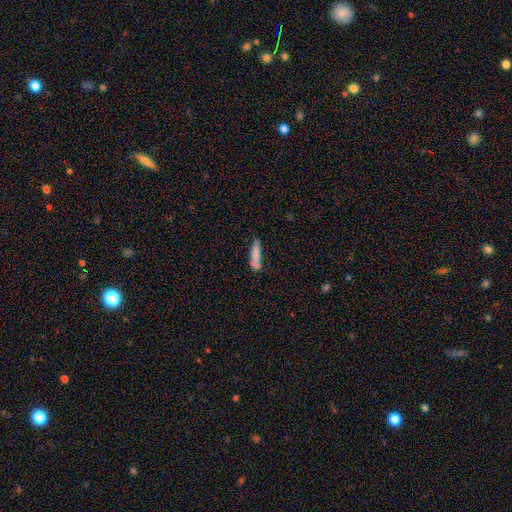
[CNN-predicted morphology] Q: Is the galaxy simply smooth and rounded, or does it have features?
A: smooth — 79%.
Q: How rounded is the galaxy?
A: cigar-shaped — 82%.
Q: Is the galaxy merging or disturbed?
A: none — 64%.